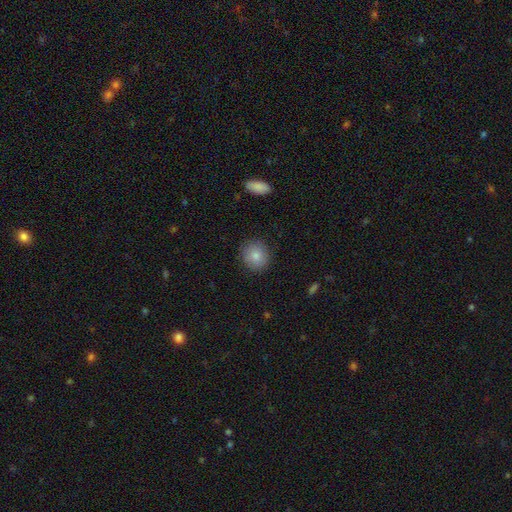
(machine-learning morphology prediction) Smooth or featured? smooth (83%)
How rounded? round (80%)
Merging? none (88%)